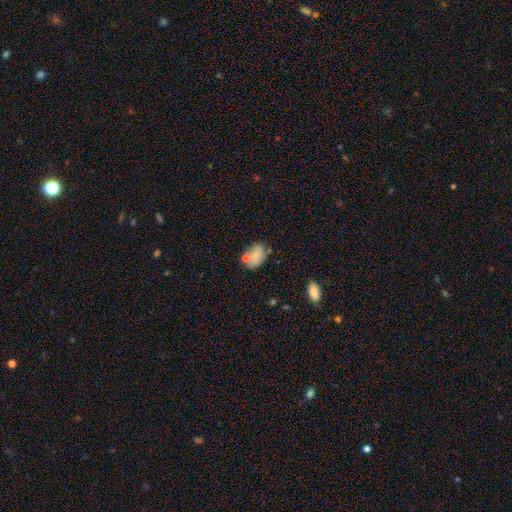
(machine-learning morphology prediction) Q: Smooth or featured?
A: smooth (70%); runner-up: featured or disk (21%)
Q: How rounded?
A: in between (81%); runner-up: round (17%)
Q: Merging?
A: none (50%); runner-up: minor disturbance (23%)